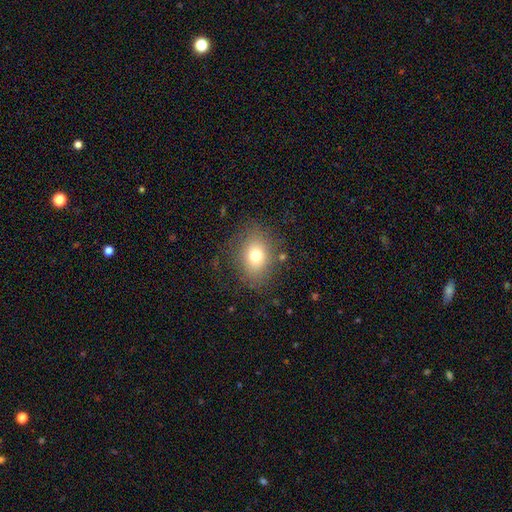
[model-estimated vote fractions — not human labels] Smooth or featured: smooth — 73% (featured or disk — 14%)
How rounded: in between — 57% (round — 42%)
Merging: none — 79% (minor disturbance — 13%)